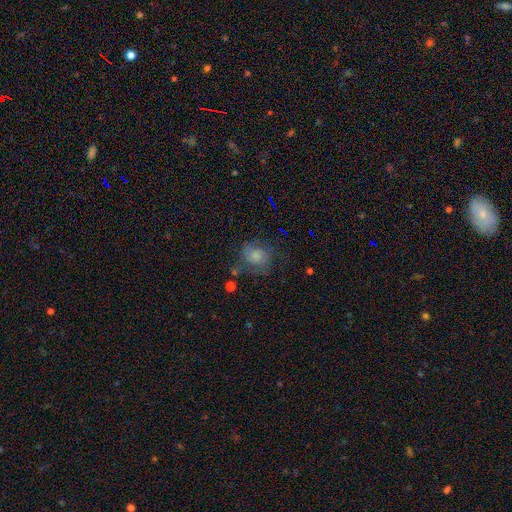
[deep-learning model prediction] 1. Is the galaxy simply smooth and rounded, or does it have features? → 51% smooth, 29% featured or disk, 20% star or artifact.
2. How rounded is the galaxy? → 74% round, 24% in between, 1% cigar-shaped.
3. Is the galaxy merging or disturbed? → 64% none, 20% minor disturbance, 12% major disturbance, 3% merger.